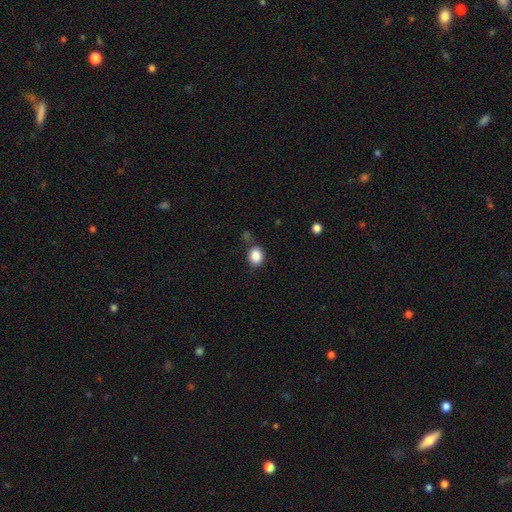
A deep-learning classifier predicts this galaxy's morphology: A smooth galaxy with no disk features (87%) that is round (50%). Merging: none (73%).